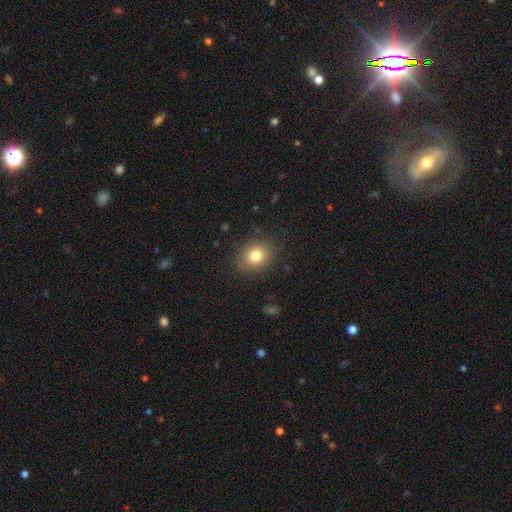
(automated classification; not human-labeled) smooth-or-featured: smooth: 80% | star or artifact: 11% | featured or disk: 9%
  how-rounded: round: 55% | in between: 44% | cigar-shaped: 1%
  merging: none: 86% | minor disturbance: 10% | major disturbance: 3% | merger: 1%